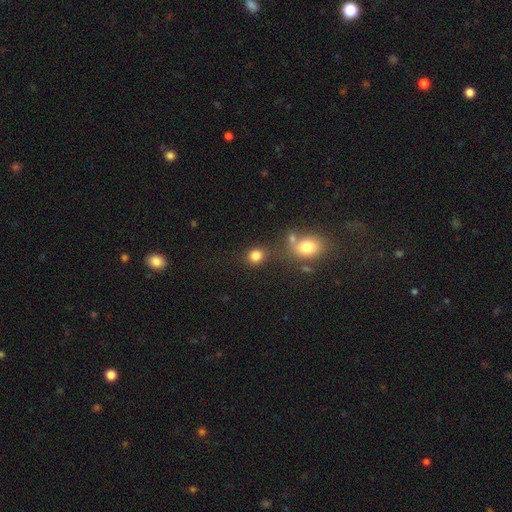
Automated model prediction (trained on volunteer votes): This appears to be a smooth galaxy with no disk features (82%) that is round (78%). Merging: none (71%).